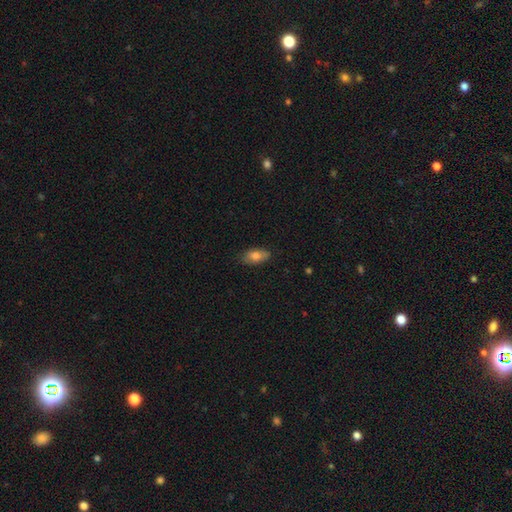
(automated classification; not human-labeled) Smooth or featured?
  - smooth: 78% *
  - featured or disk: 15%
  - star or artifact: 7%
How rounded?
  - in between: 89% *
  - cigar-shaped: 7%
  - round: 4%
Merging?
  - none: 80% *
  - minor disturbance: 16%
  - major disturbance: 3%
  - merger: 1%